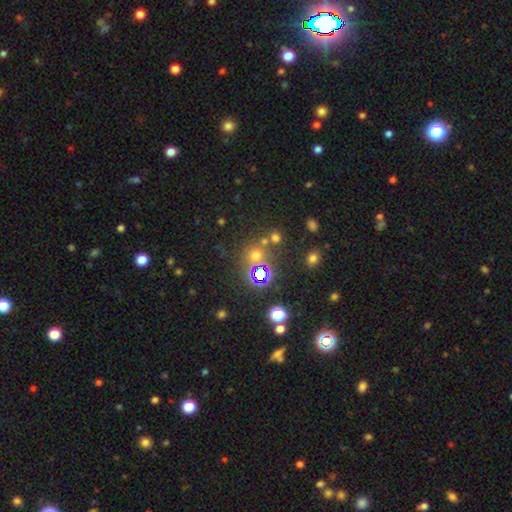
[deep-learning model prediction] Smooth or featured? Predicted: smooth (p=0.51). How rounded? Predicted: round (p=0.85). Merging? Predicted: none (p=0.66).